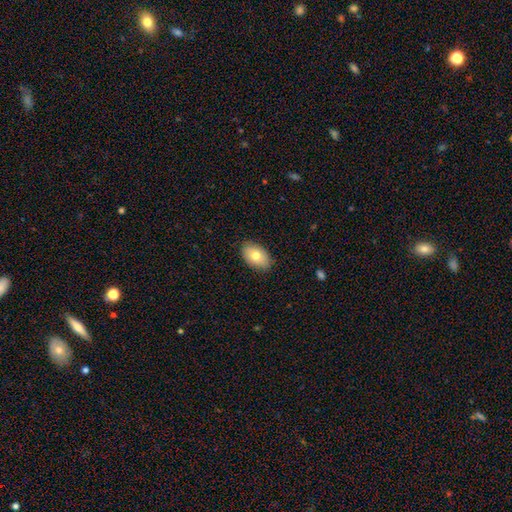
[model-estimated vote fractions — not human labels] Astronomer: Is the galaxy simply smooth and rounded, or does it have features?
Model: smooth — 76%.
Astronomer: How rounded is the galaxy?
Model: in between — 90%.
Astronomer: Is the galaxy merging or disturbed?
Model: none — 86%.